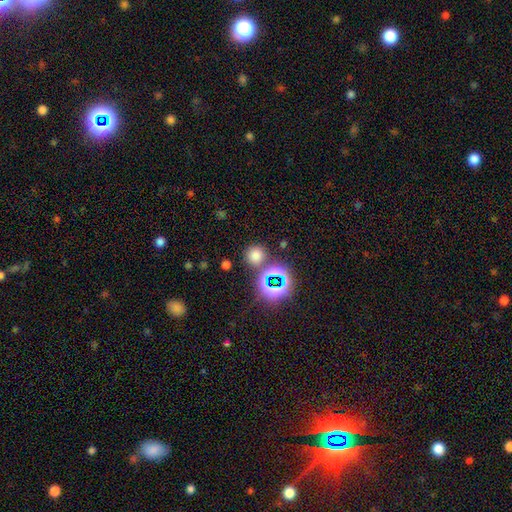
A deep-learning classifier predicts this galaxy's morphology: smooth 65%, star or artifact 28%, featured or disk 7%. Down the decision tree: how rounded — round (88%); merging — none (77%).